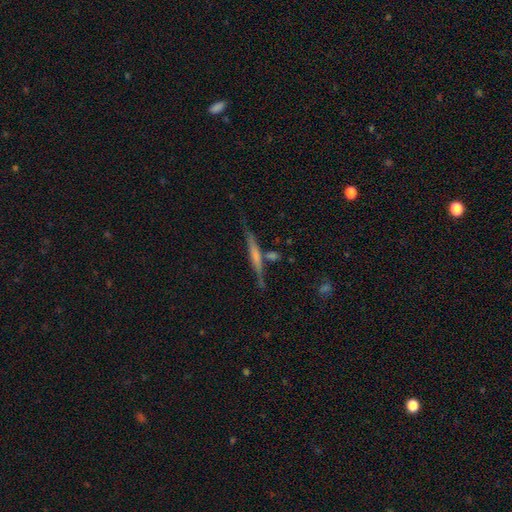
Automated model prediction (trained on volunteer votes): featured or disk 55%, smooth 38%, star or artifact 7%. Down the decision tree: edge-on disk — yes (96%); edge-on bulge — none (56%); merging — none (76%).